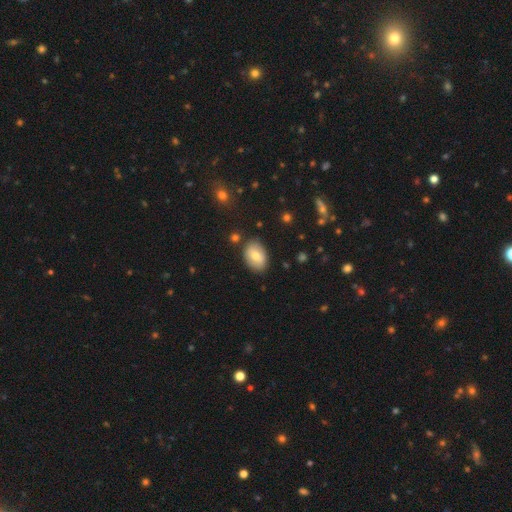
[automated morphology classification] Smooth or featured? smooth (72%)
How rounded? in between (85%)
Merging? none (83%)